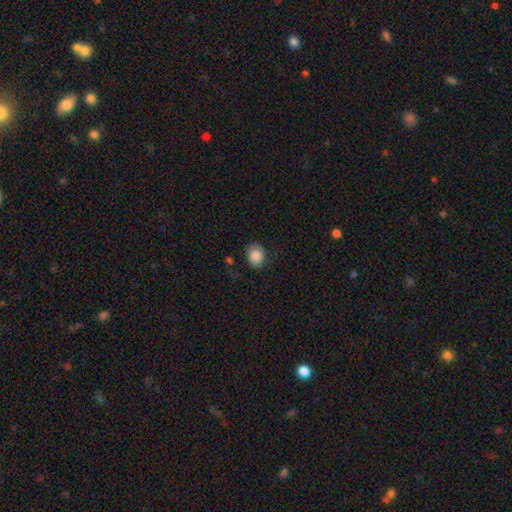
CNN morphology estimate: Smooth or featured: smooth — 84% (star or artifact — 8%)
How rounded: round — 59% (in between — 40%)
Merging: none — 72% (minor disturbance — 20%)